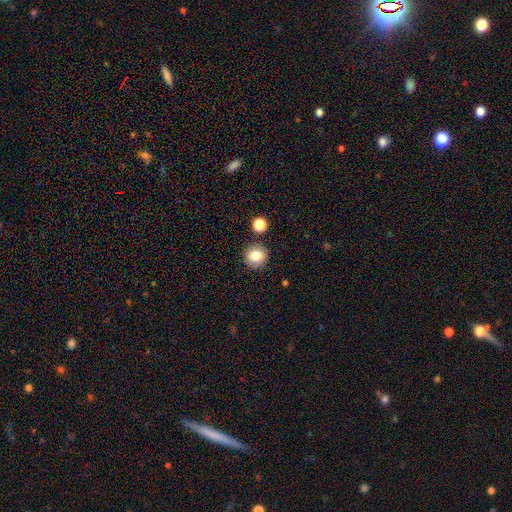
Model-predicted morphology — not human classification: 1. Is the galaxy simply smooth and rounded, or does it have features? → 81% smooth, 11% star or artifact, 8% featured or disk.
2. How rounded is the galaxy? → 91% round, 8% in between, 1% cigar-shaped.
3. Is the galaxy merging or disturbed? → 87% none, 7% minor disturbance, 4% merger, 2% major disturbance.